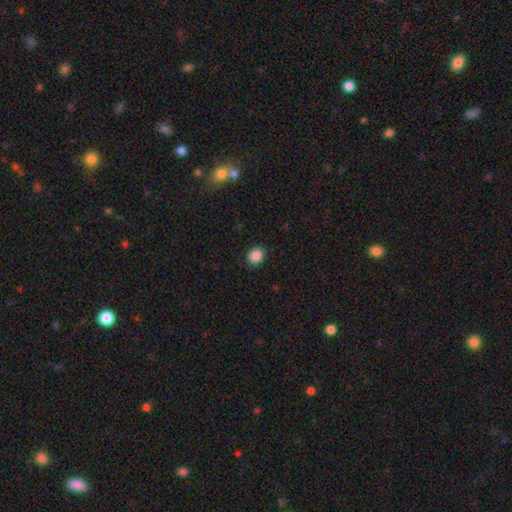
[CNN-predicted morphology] smooth 88%, star or artifact 9%, featured or disk 3%. Down the decision tree: how rounded — round (70%); merging — none (89%).